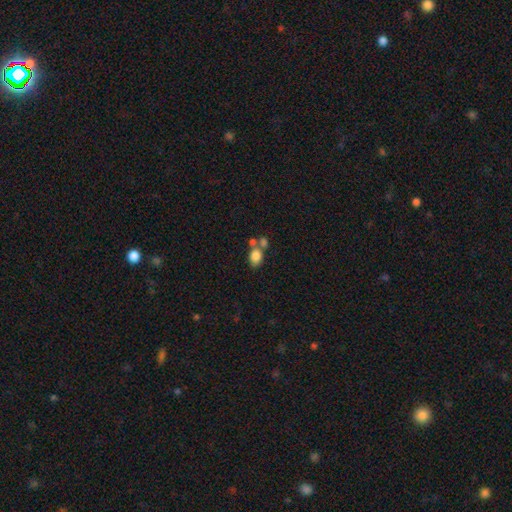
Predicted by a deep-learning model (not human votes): smooth-or-featured: smooth: 81% | star or artifact: 10% | featured or disk: 9%
  how-rounded: in between: 66% | round: 32% | cigar-shaped: 1%
  merging: merger: 43% | none: 41% | minor disturbance: 11% | major disturbance: 5%